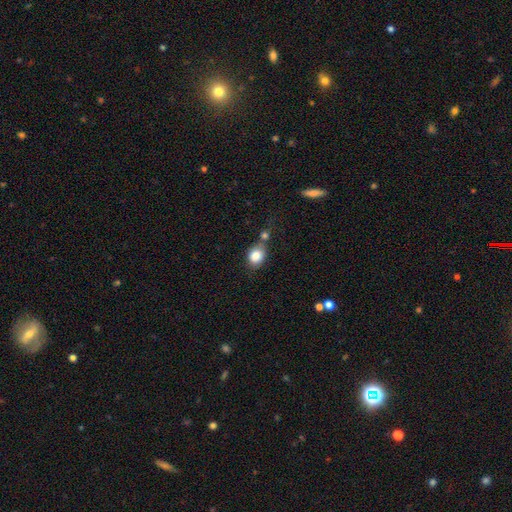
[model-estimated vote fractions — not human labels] A smooth galaxy with no disk features (84%) that is round (56%).

Vote fractions:
- Smooth or featured? smooth: 84% / star or artifact: 9% / featured or disk: 7%
- How rounded? round: 56% / in between: 43% / cigar-shaped: 1%
- Merging? none: 50% / merger: 27% / minor disturbance: 17% / major disturbance: 6%